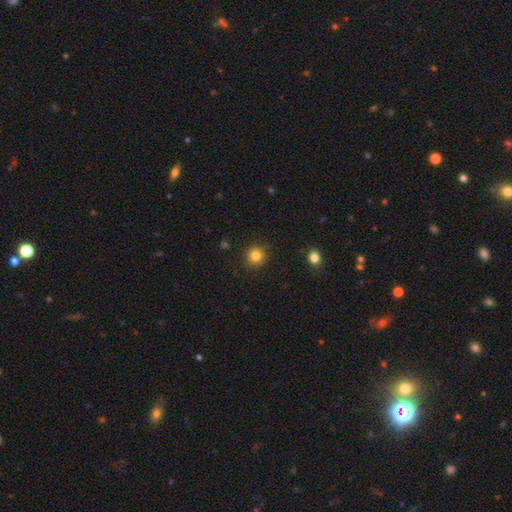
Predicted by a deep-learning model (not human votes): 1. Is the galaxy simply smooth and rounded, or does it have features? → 83% smooth, 12% star or artifact, 5% featured or disk.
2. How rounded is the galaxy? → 92% round, 7% in between, 1% cigar-shaped.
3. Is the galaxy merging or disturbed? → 91% none, 6% minor disturbance, 2% major disturbance, 1% merger.